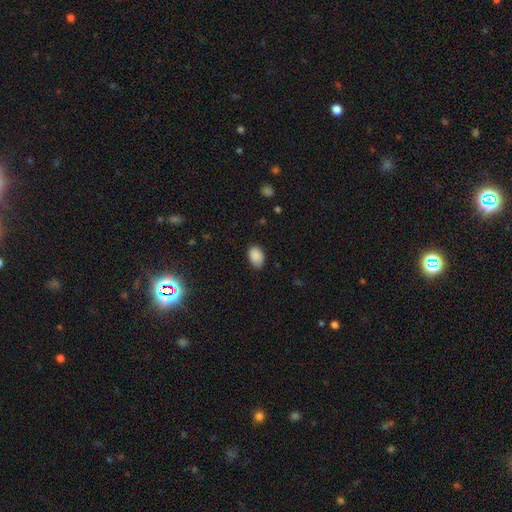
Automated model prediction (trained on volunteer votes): Smooth or featured? Predicted: smooth (p=0.89). How rounded? Predicted: in between (p=0.86). Merging? Predicted: none (p=0.80).